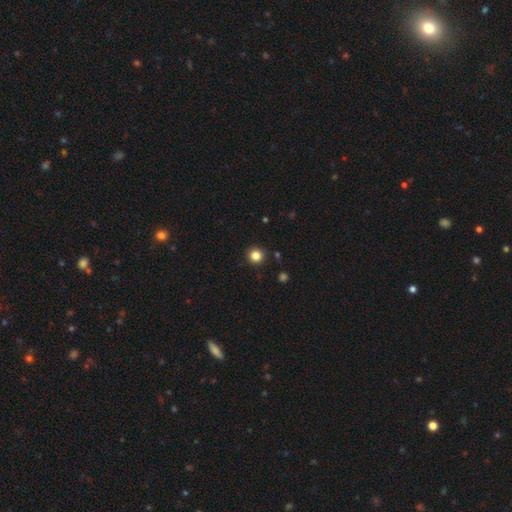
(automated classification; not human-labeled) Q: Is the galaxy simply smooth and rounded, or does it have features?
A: smooth — 84%.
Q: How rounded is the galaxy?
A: round — 95%.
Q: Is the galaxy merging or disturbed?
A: none — 92%.